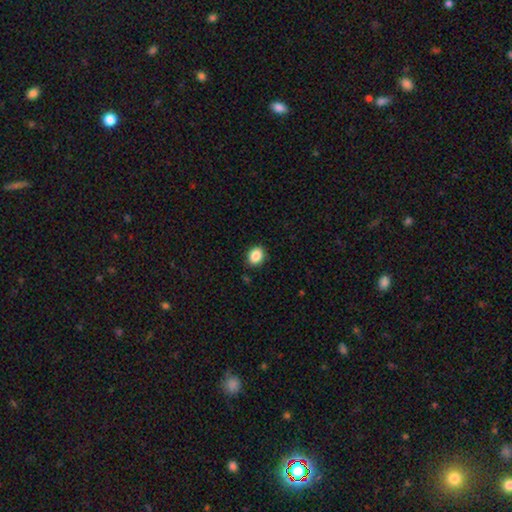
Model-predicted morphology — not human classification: Smooth or featured: smooth — 87% (star or artifact — 9%)
How rounded: round — 51% (in between — 48%)
Merging: none — 88% (minor disturbance — 9%)